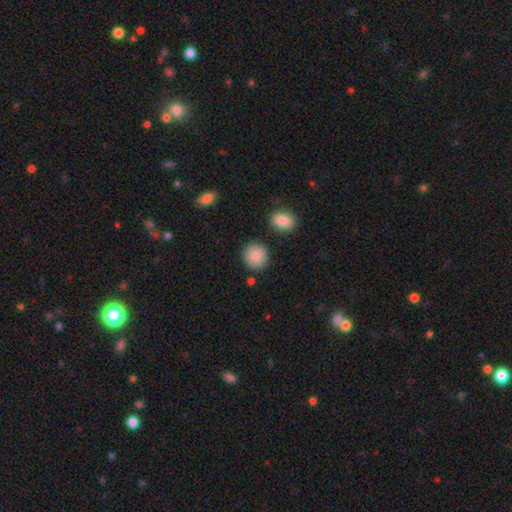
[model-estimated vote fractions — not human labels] Smooth or featured? smooth (86%)
How rounded? round (89%)
Merging? none (86%)